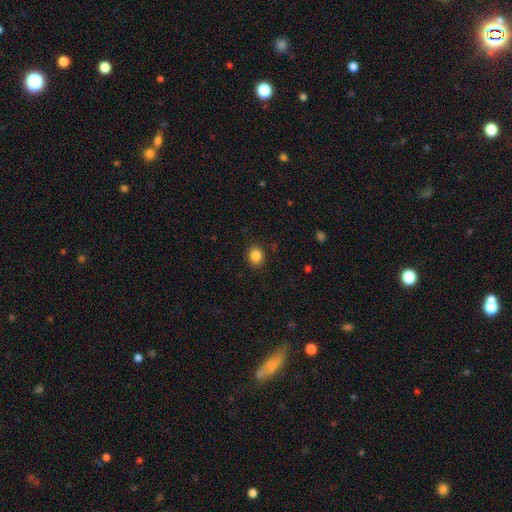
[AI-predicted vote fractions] smooth 86%, star or artifact 10%, featured or disk 4%. Down the decision tree: how rounded — round (75%); merging — none (89%).